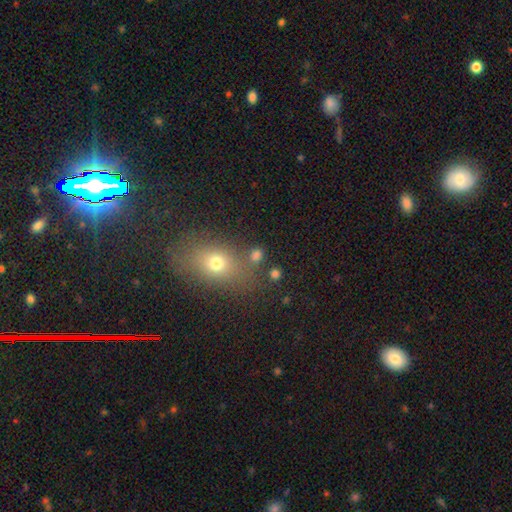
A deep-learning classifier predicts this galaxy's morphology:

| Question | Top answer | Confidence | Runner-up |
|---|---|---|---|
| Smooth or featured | smooth | 71% | star or artifact (19%) |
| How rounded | round | 62% | in between (36%) |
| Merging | none | 73% | merger (12%) |